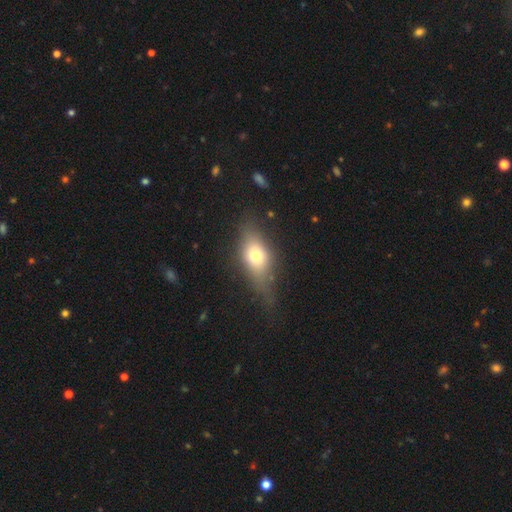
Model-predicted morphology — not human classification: smooth_or_featured: smooth (p=0.66) [alt: featured or disk p=0.24]
how_rounded: in between (p=0.73) [alt: round p=0.16]
merging: none (p=0.56) [alt: minor disturbance p=0.26]